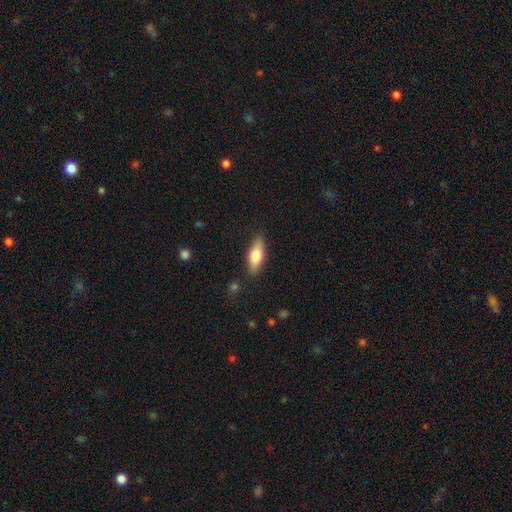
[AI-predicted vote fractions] Morphology: type=smooth (71%); roundness=in between (67%); merging=none (85%).